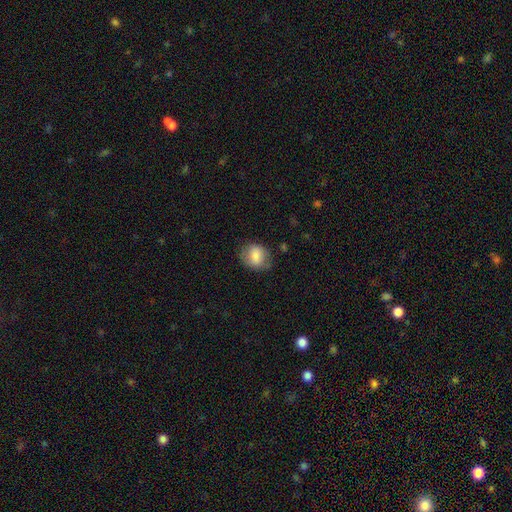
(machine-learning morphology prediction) Smooth or featured?
  - smooth: 80% *
  - featured or disk: 12%
  - star or artifact: 8%
How rounded?
  - round: 55% *
  - in between: 44%
  - cigar-shaped: 1%
Merging?
  - none: 69% *
  - minor disturbance: 22%
  - major disturbance: 7%
  - merger: 1%